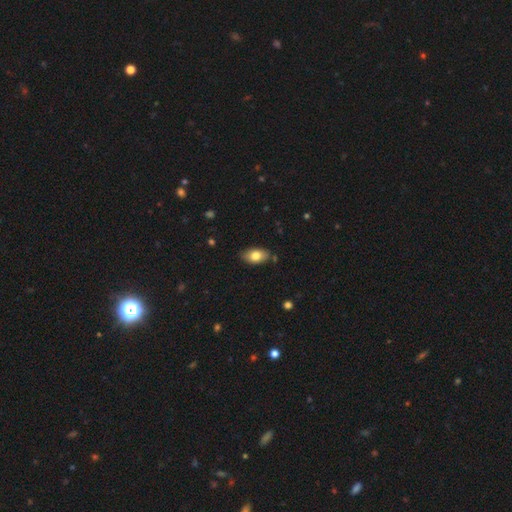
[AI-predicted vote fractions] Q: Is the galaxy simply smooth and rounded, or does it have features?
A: smooth — 79%.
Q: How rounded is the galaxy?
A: in between — 91%.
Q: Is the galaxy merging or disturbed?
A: none — 81%.